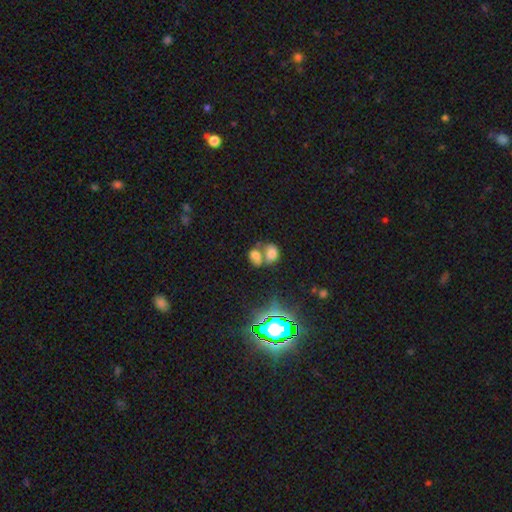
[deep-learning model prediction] A smooth galaxy with no disk features (67%) that is in between round and cigar-shaped (75%). Merging: merger (64%).